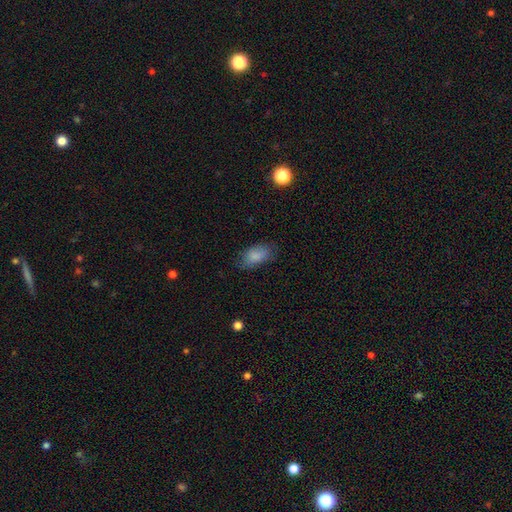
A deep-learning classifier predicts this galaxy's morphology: This appears to be a smooth galaxy with no disk features (85%) that is in between round and cigar-shaped (92%). Merging: none (73%).